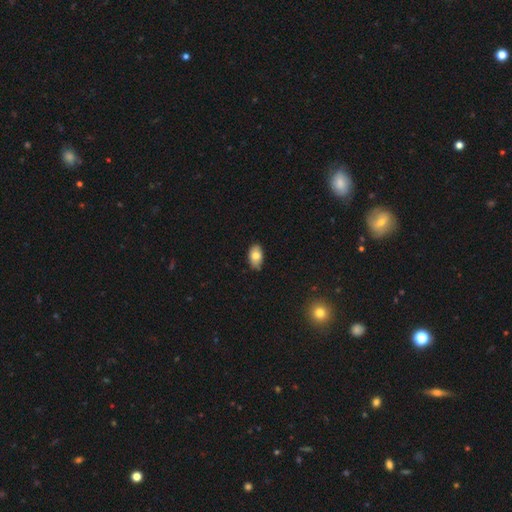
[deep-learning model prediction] Overall: smooth (80%). How rounded: in between (92%). Merging: none (84%).